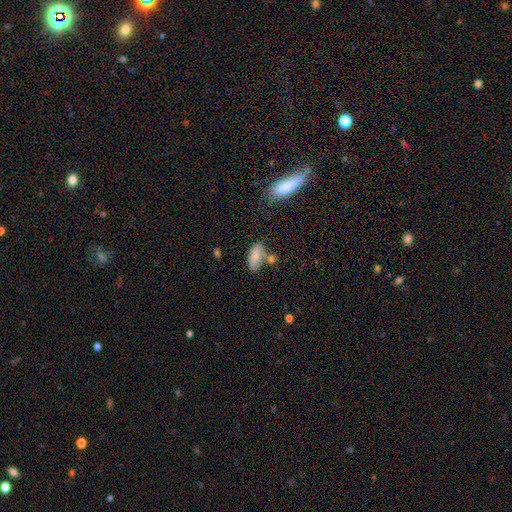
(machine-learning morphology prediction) Smooth or featured? Predicted: smooth (p=0.79). How rounded? Predicted: in between (p=0.86). Merging? Predicted: none (p=0.58).